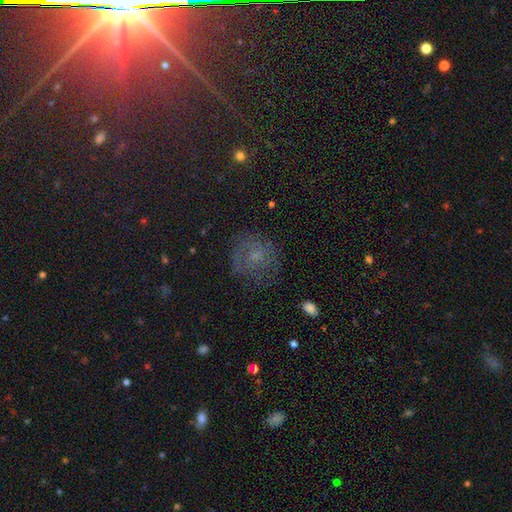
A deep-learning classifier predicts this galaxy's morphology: Smooth or featured?
  - smooth: 38% *
  - star or artifact: 32%
  - featured or disk: 30%
Merging?
  - none: 70% *
  - minor disturbance: 18%
  - major disturbance: 10%
  - merger: 2%